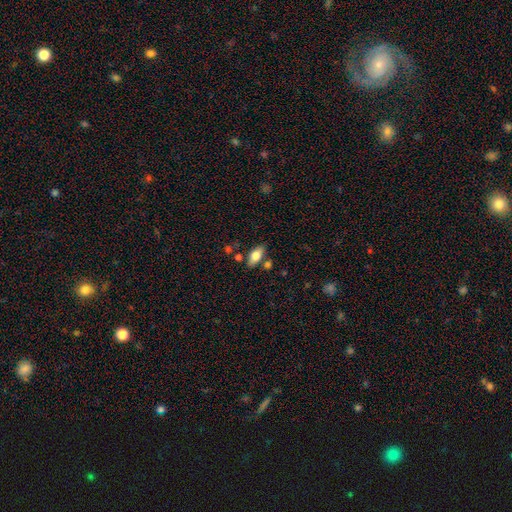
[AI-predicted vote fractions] smooth_or_featured: smooth (p=0.74) [alt: featured or disk p=0.18]
how_rounded: in between (p=0.86) [alt: cigar-shaped p=0.10]
merging: none (p=0.76) [alt: minor disturbance p=0.13]